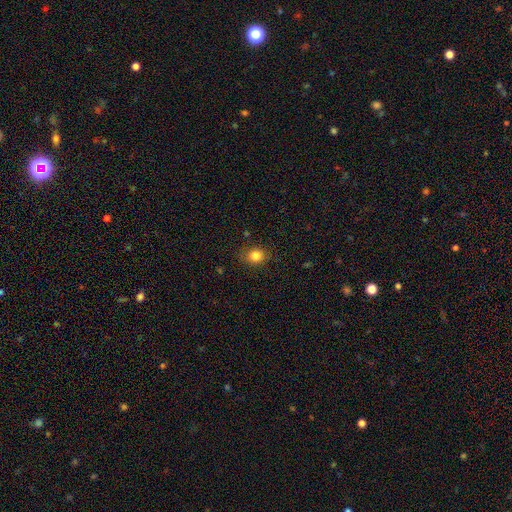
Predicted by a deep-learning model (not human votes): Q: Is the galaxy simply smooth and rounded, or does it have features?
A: smooth — 83%.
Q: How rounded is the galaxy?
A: round — 68%.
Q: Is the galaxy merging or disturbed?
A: none — 84%.